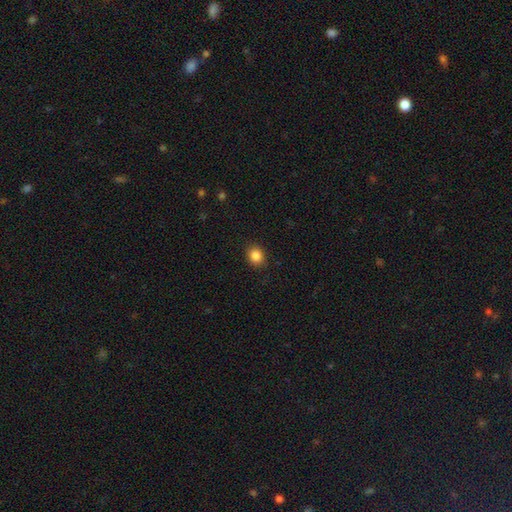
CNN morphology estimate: A smooth galaxy with no disk features (86%) that is round (68%).

Vote fractions:
- Smooth or featured? smooth: 86% / star or artifact: 10% / featured or disk: 4%
- How rounded? round: 68% / in between: 31% / cigar-shaped: 1%
- Merging? none: 90% / minor disturbance: 7% / major disturbance: 2% / merger: 1%